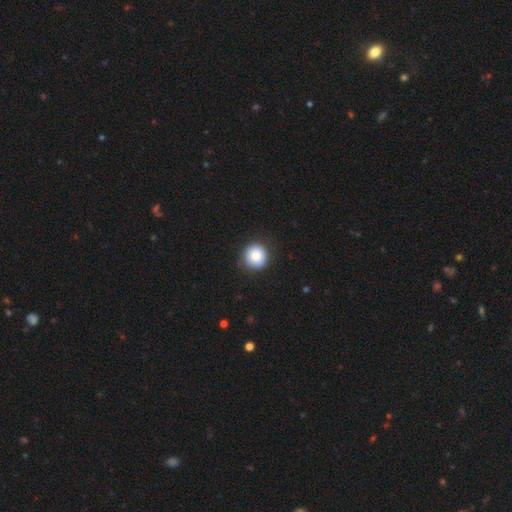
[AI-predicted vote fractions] smooth-or-featured: smooth: 82% | featured or disk: 9% | star or artifact: 9%
  how-rounded: round: 94% | in between: 5% | cigar-shaped: 1%
  merging: none: 86% | minor disturbance: 10% | major disturbance: 3% | merger: 1%